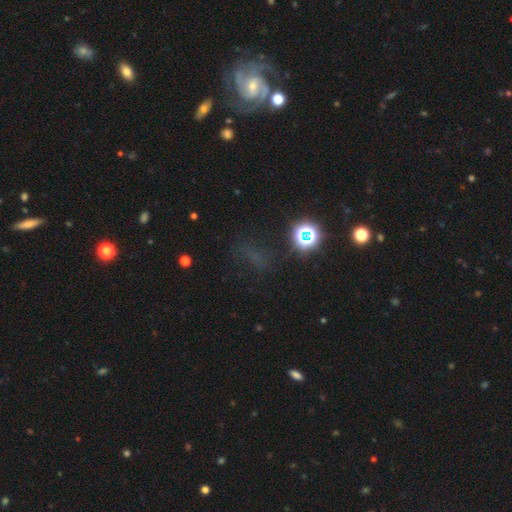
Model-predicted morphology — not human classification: Smooth or featured? Predicted: star or artifact (p=0.51).